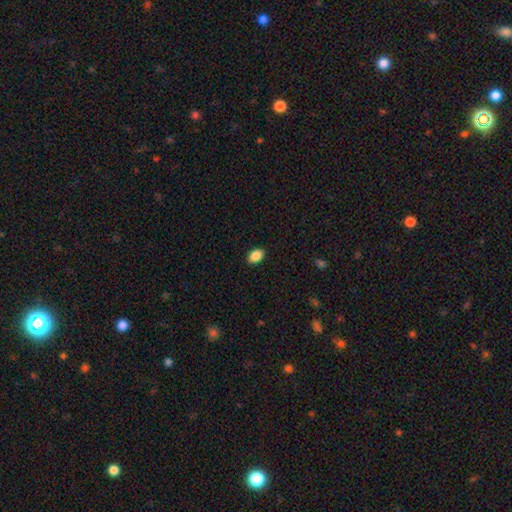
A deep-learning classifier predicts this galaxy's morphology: Q: Smooth or featured?
A: smooth (89%); runner-up: star or artifact (8%)
Q: How rounded?
A: in between (83%); runner-up: round (15%)
Q: Merging?
A: none (90%); runner-up: minor disturbance (8%)